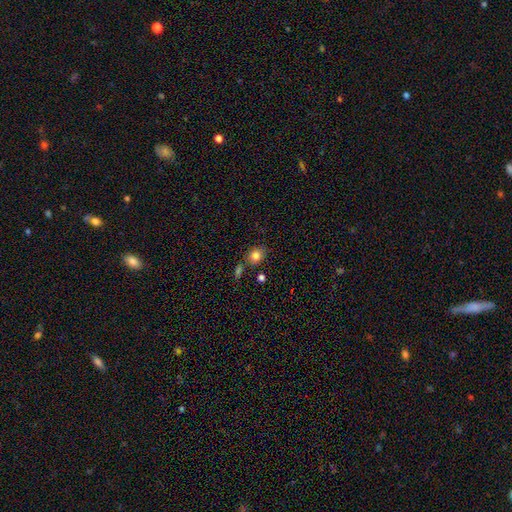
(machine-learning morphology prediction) This is clearly a smooth galaxy (82%). How rounded: possibly round (54%). Merging: likely none (71%).